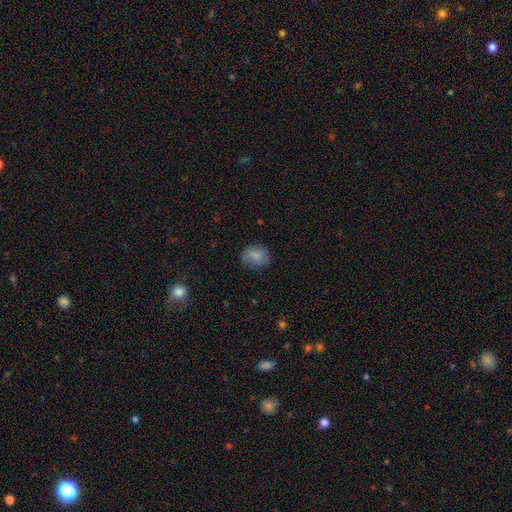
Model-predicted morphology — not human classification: The model was most divided on "how rounded": round: 54%, in between: 45%, cigar-shaped: 1%. More confident: smooth or featured — smooth (80%); merging — none (74%).